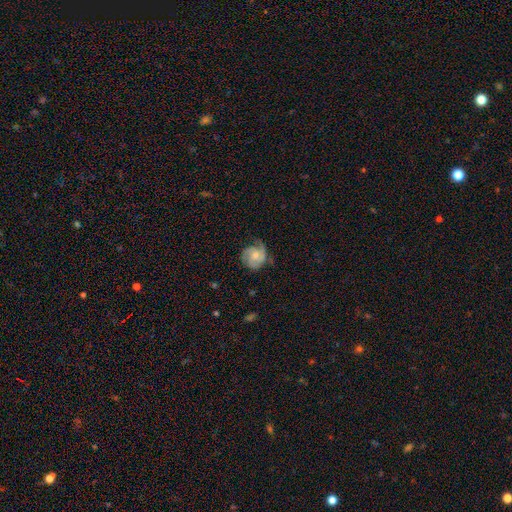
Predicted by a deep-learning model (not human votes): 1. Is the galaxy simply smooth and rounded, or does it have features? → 73% featured or disk, 22% smooth, 6% star or artifact.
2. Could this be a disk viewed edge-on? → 98% no, 2% yes.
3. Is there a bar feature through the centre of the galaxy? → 75% no, 22% weak, 3% strong.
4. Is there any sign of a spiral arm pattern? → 94% yes, 6% no.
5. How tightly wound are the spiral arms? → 52% tight, 36% medium, 12% loose.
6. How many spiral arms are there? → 41% 2, 28% 3, 14% can't tell, 10% 1, 3% 4, 3% more than 4.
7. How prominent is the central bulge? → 48% moderate, 42% small, 5% none, 4% large, 1% dominant.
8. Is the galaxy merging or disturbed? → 62% none, 26% minor disturbance, 11% major disturbance, 1% merger.